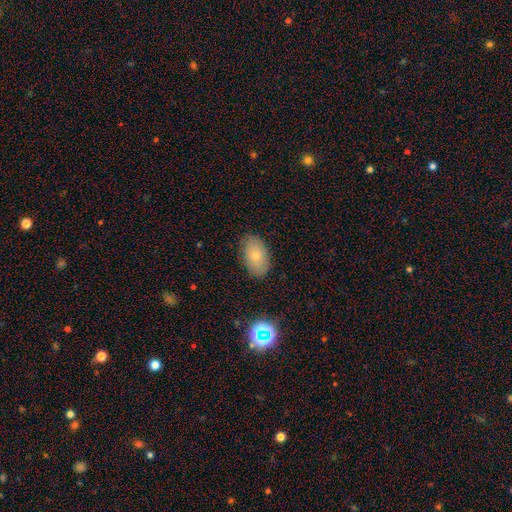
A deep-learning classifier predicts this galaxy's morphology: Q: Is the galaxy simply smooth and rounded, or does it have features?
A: smooth — 74%.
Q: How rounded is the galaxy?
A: in between — 90%.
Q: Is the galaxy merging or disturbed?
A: none — 85%.